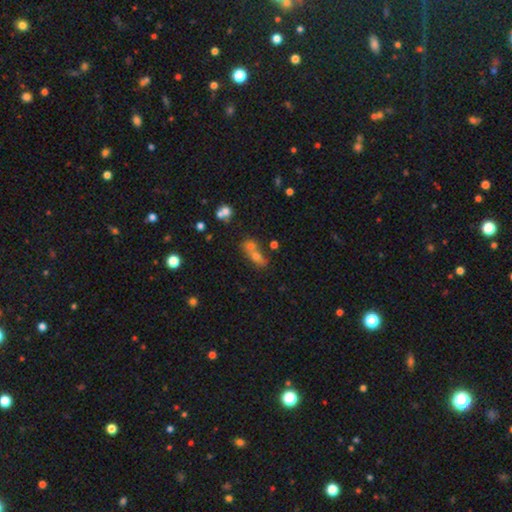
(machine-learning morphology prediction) Smooth or featured? Predicted: smooth (p=0.55). How rounded? Predicted: in between (p=0.55). Merging? Predicted: merger (p=0.45).